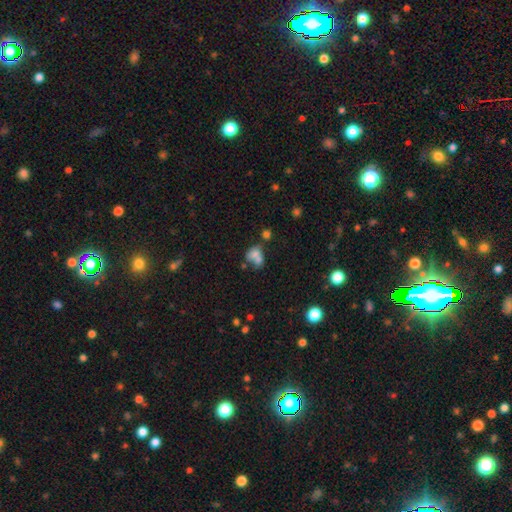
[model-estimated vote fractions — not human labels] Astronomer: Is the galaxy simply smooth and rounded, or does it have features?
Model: smooth — 67%.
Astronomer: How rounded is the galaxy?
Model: in between — 60% (runner-up: round, 39%).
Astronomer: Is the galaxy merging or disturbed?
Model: merger — 56%.